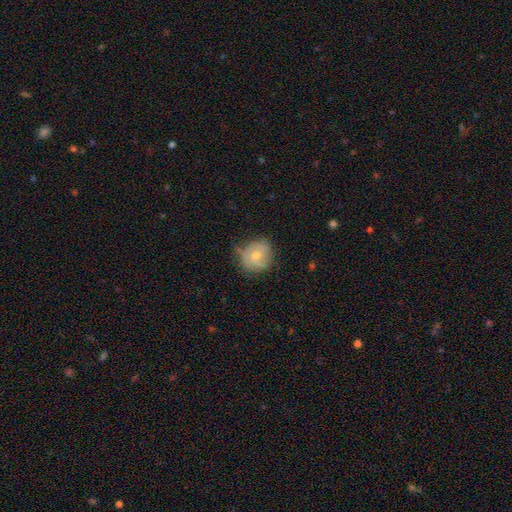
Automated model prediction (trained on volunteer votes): smooth-or-featured: smooth: 55% | featured or disk: 38% | star or artifact: 7%
  how-rounded: round: 77% | in between: 22% | cigar-shaped: 1%
  merging: none: 62% | minor disturbance: 29% | major disturbance: 7% | merger: 2%